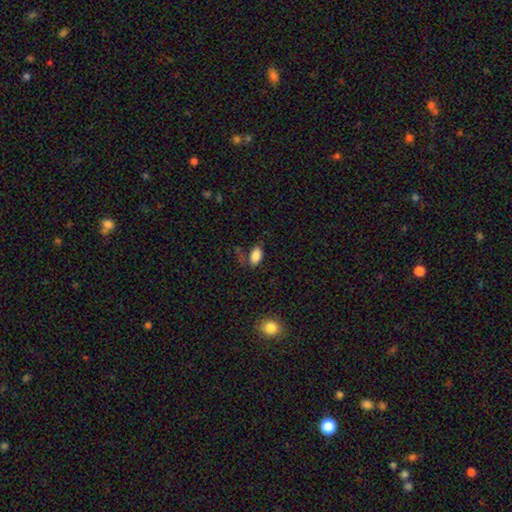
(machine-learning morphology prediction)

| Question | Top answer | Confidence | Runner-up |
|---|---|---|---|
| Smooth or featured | smooth | 85% | star or artifact (9%) |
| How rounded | in between | 91% | round (6%) |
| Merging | none | 66% | minor disturbance (21%) |